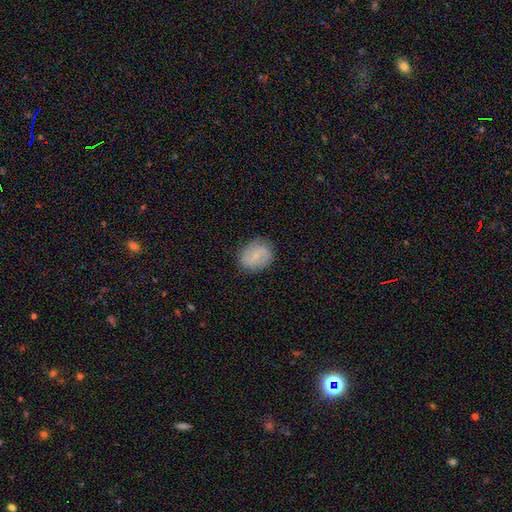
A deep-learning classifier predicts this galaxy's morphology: Smooth or featured? smooth (52%)
How rounded? in between (51%)
Merging? none (79%)